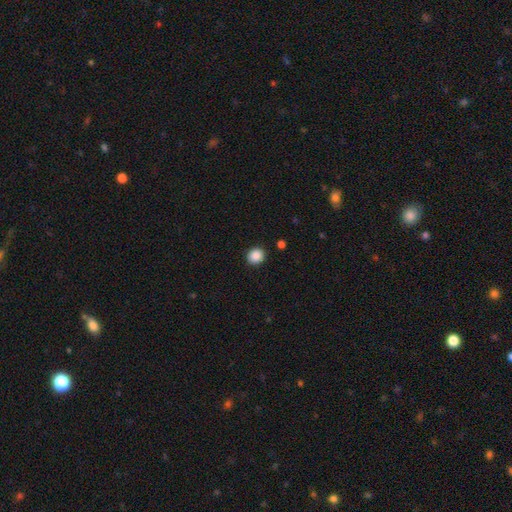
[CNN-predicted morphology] A smooth galaxy with no disk features (88%) that is round (80%). Merging: none (91%).